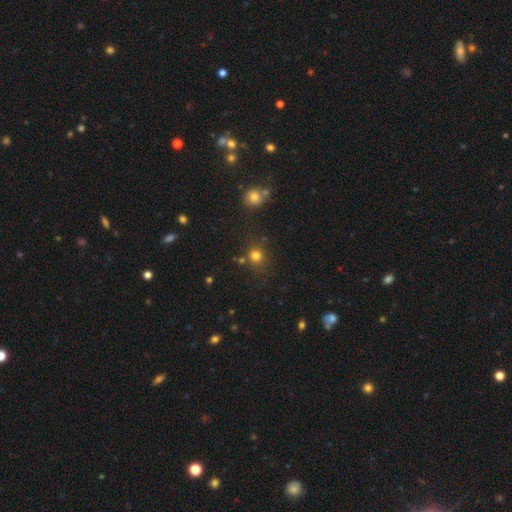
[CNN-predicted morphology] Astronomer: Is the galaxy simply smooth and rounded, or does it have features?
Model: smooth — 77%.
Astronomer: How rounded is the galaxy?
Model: round — 88%.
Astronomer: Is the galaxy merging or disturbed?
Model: none — 78%.